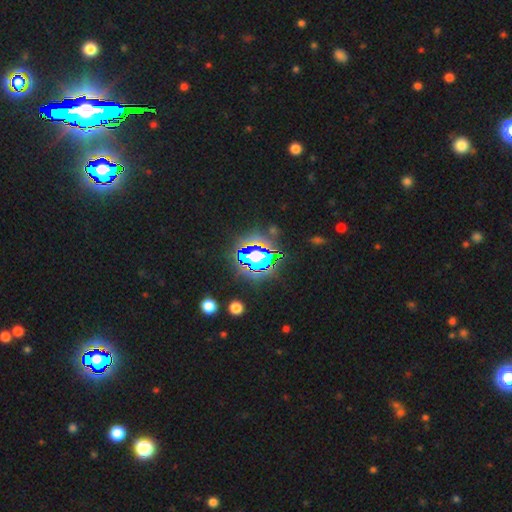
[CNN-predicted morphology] A star or artifact, not a galaxy (66%).